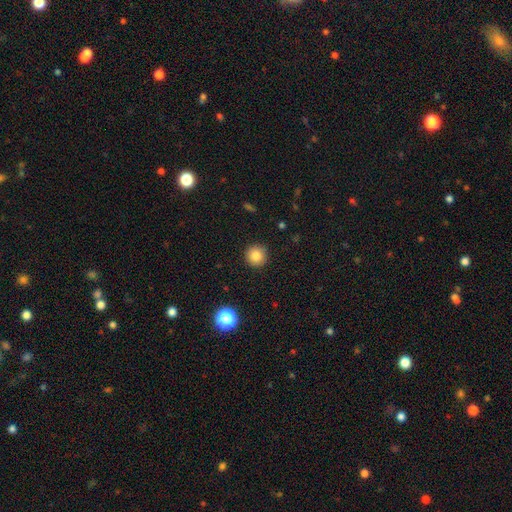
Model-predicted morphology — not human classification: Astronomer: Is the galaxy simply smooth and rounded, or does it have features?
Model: smooth — 83%.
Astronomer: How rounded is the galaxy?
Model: round — 95%.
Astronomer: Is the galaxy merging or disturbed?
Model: none — 92%.